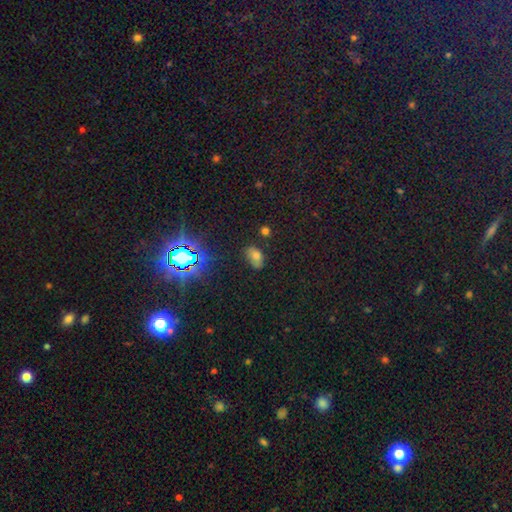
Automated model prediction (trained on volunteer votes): Smooth or featured? Predicted: smooth (p=0.63). How rounded? Predicted: in between (p=0.89). Merging? Predicted: none (p=0.70).